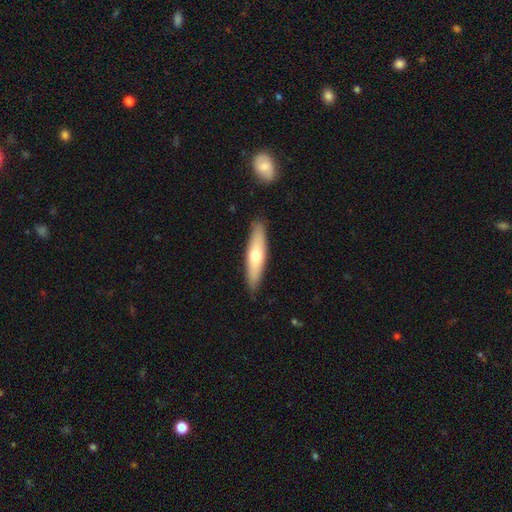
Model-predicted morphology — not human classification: A smooth galaxy with no disk features (56%) that is cigar-shaped (75%). Merging: none (88%).